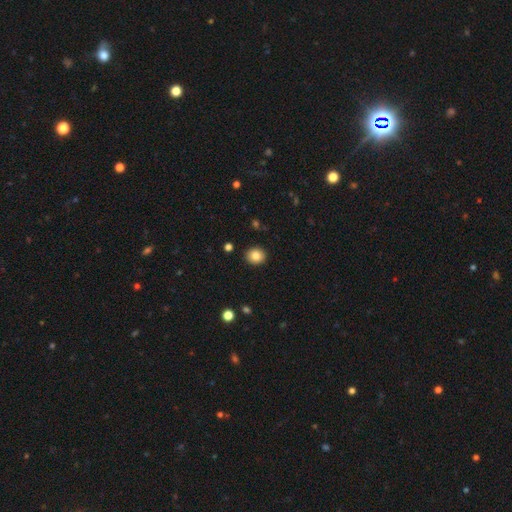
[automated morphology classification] type=smooth (85%); roundness=round (73%); merging=none (91%).